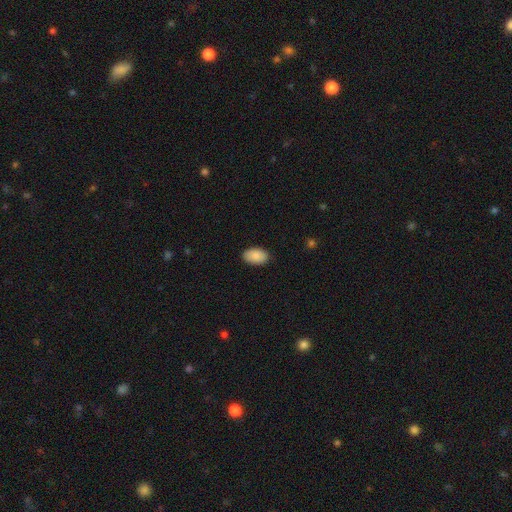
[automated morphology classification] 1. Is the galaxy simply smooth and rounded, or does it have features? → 89% smooth, 7% star or artifact, 5% featured or disk.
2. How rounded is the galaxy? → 93% in between, 6% round, 1% cigar-shaped.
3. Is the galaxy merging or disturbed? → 88% none, 9% minor disturbance, 2% major disturbance, 1% merger.